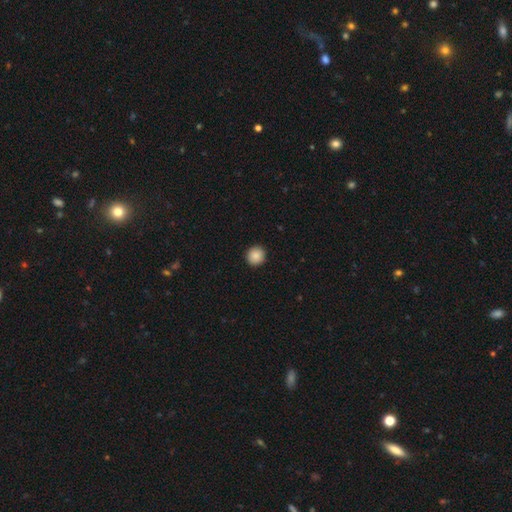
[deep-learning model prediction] This is clearly a smooth galaxy (88%). How rounded: clearly round (93%). Merging: clearly none (93%).